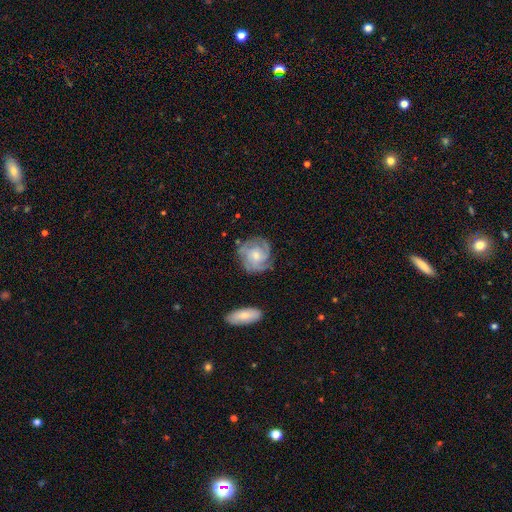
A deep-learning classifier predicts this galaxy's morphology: smooth-or-featured: featured or disk: 73% | smooth: 20% | star or artifact: 6%
  disk-edge-on: no: 98% | yes: 2%
    bar: no: 74% | weak: 23% | strong: 3%
    has-spiral-arms: yes: 92% | no: 8%
      spiral-winding: tight: 57% | medium: 33% | loose: 10%
      spiral-arm-count: 3: 32% | can't tell: 29% | 4: 15% | 2: 13% | 1: 6% | more than 4: 6%
    bulge-size: small: 47% | moderate: 46% | large: 3% | none: 3% | dominant: 1%
  merging: none: 71% | minor disturbance: 19% | major disturbance: 7% | merger: 3%